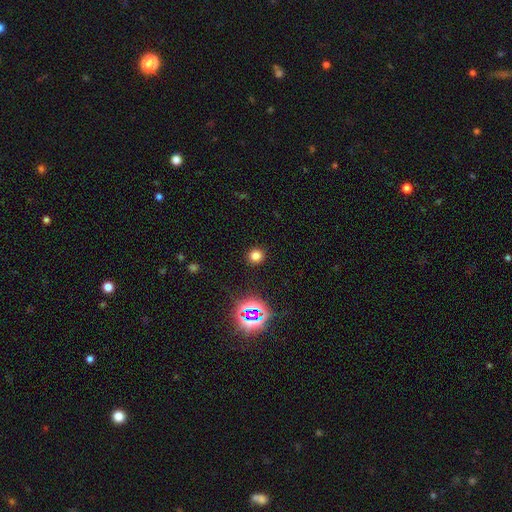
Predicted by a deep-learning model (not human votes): Smooth or featured?
  - smooth: 73% *
  - star or artifact: 21%
  - featured or disk: 5%
How rounded?
  - round: 89% *
  - in between: 10%
  - cigar-shaped: 1%
Merging?
  - none: 91% *
  - minor disturbance: 6%
  - major disturbance: 3%
  - merger: 1%